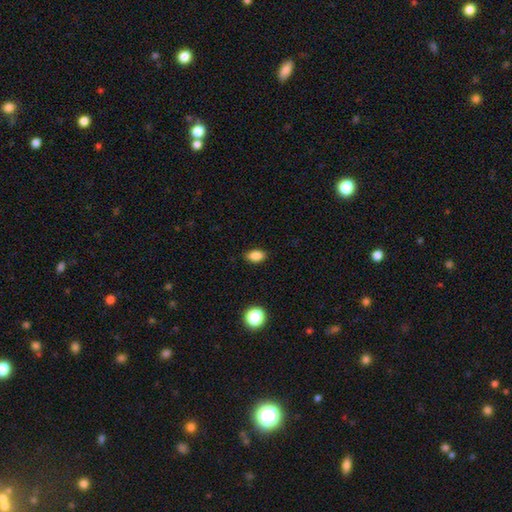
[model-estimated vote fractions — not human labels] The model was most divided on "how rounded": in between: 85%, round: 12%, cigar-shaped: 3%. More confident: merging — none (87%); smooth or featured — smooth (85%).